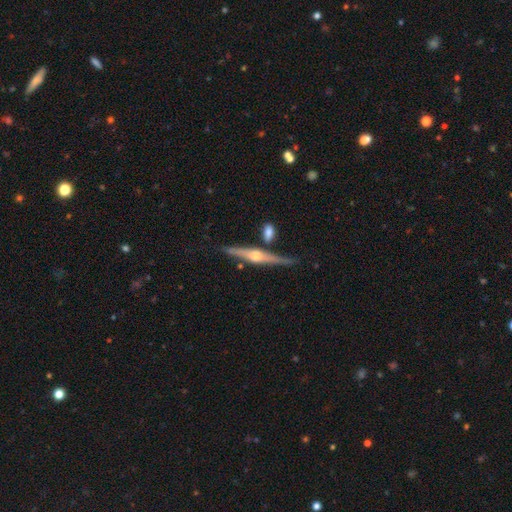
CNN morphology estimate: The model was most divided on "merging": none: 75%, minor disturbance: 12%, merger: 10%, major disturbance: 3%. More confident: edge-on disk — yes (97%); edge-on bulge — rounded (92%); smooth or featured — featured or disk (80%).